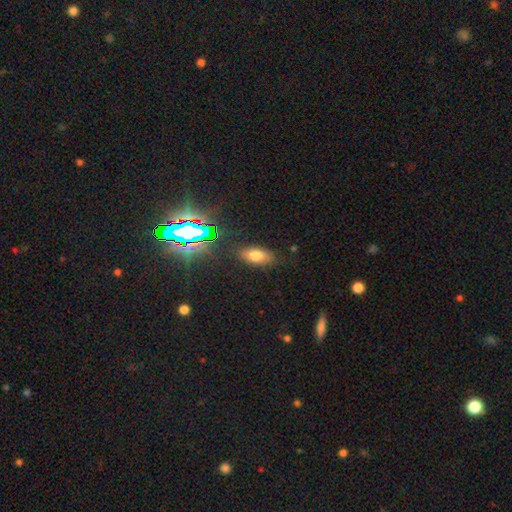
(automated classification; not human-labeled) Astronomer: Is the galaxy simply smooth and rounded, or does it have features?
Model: smooth — 68%.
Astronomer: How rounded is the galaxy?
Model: in between — 84%.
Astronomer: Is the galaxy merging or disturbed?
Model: none — 83%.